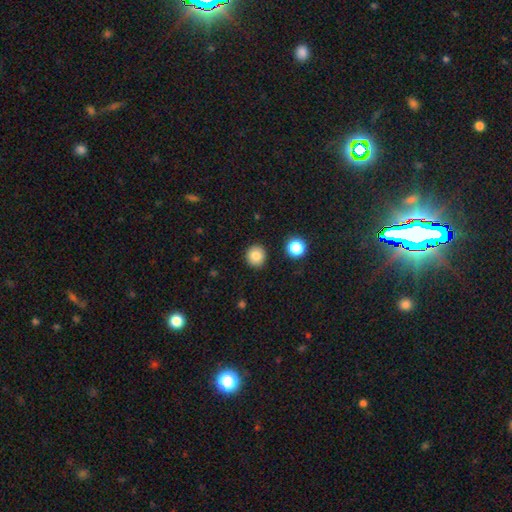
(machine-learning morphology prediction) smooth-or-featured: smooth: 84% | star or artifact: 10% | featured or disk: 6%
  how-rounded: round: 92% | in between: 7% | cigar-shaped: 1%
  merging: none: 91% | minor disturbance: 5% | merger: 2% | major disturbance: 2%